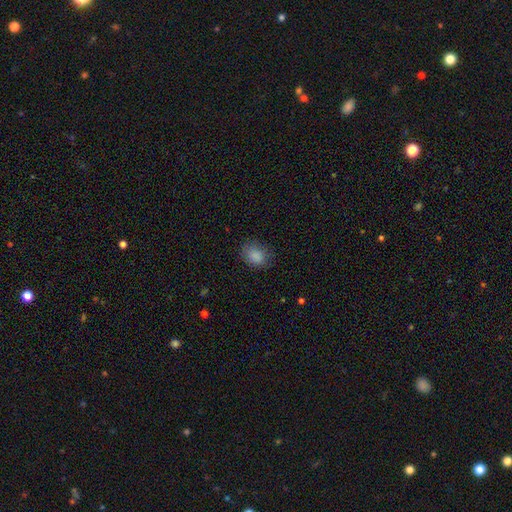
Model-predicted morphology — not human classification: Overall: smooth (86%). How rounded: in between (65%; round 34%). Merging: none (74%).